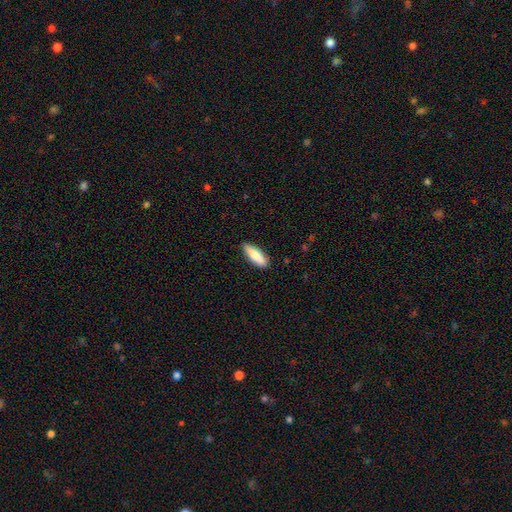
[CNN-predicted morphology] smooth 82%, featured or disk 12%, star or artifact 6%. Down the decision tree: how rounded — cigar-shaped (50%); merging — none (86%).